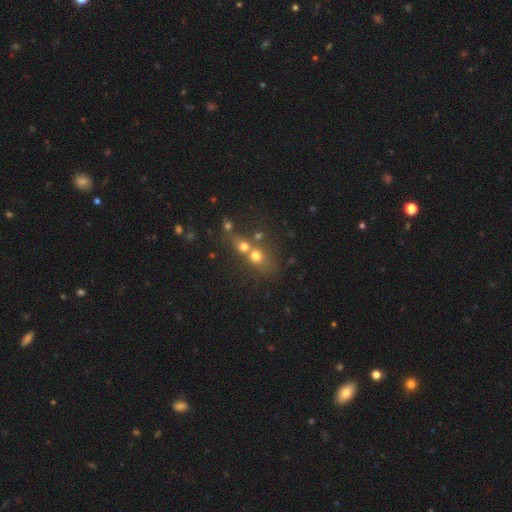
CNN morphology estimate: Smooth or featured: smooth — 63% (star or artifact — 19%)
How rounded: round — 76% (in between — 22%)
Merging: merger — 58% (none — 29%)